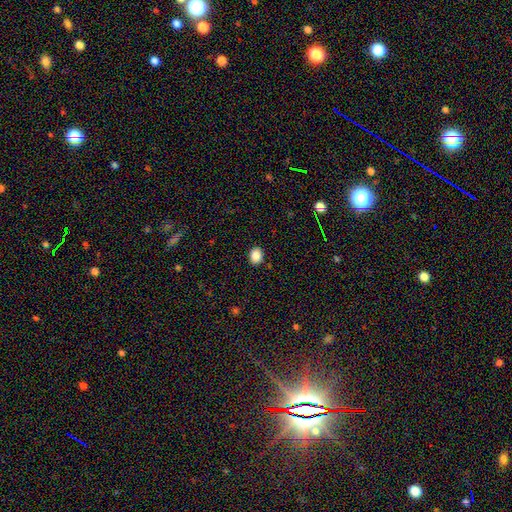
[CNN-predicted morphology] Smooth or featured? Predicted: smooth (p=0.87). How rounded? Predicted: round (p=0.54). Merging? Predicted: none (p=0.90).